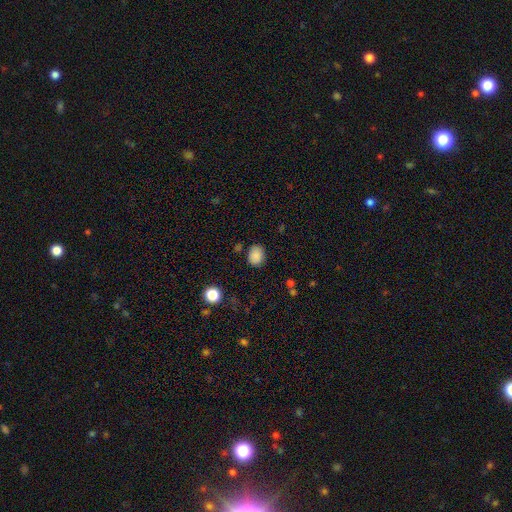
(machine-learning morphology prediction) Smooth or featured: smooth — 86% (star or artifact — 10%)
How rounded: round — 53% (in between — 46%)
Merging: none — 80% (minor disturbance — 14%)